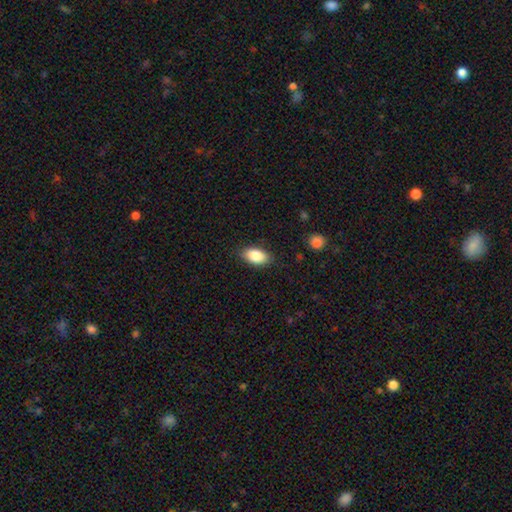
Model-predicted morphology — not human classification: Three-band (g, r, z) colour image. It shows a smooth galaxy with no disk features (86%) that is in between round and cigar-shaped (93%). Merging: none (85%).